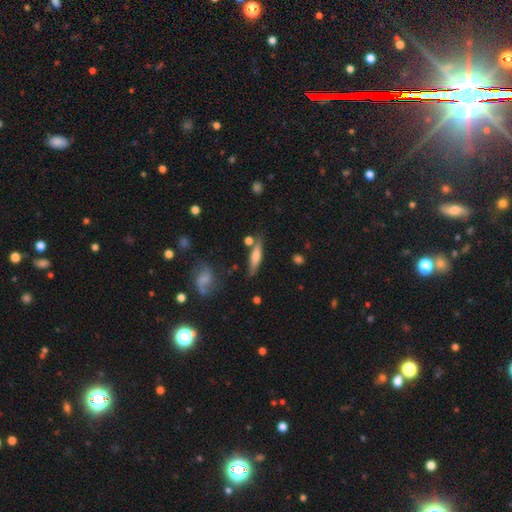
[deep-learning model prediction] smooth 57%, featured or disk 36%, star or artifact 7%. Down the decision tree: how rounded — cigar-shaped (75%); merging — none (74%).